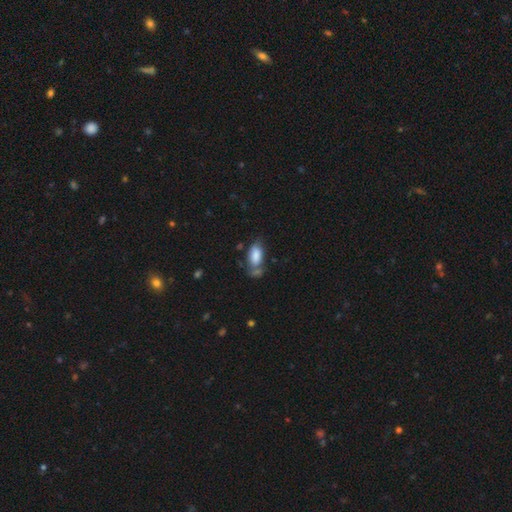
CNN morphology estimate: A smooth galaxy with no disk features (81%) that is in between round and cigar-shaped (92%).

Vote fractions:
- Smooth or featured? smooth: 81% / featured or disk: 12% / star or artifact: 8%
- How rounded? in between: 92% / cigar-shaped: 4% / round: 4%
- Merging? none: 45% / minor disturbance: 24% / merger: 19% / major disturbance: 13%